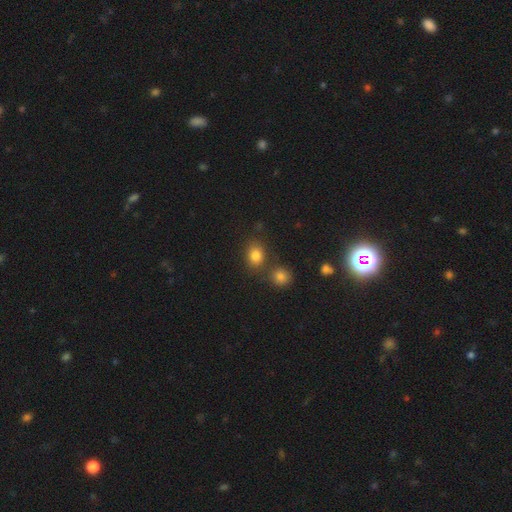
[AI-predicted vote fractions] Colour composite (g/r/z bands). It shows a smooth galaxy with no disk features (81%) that is round (58%). Merging: none (66%).